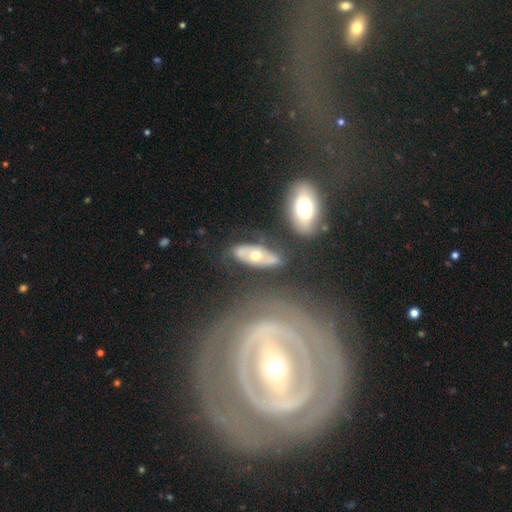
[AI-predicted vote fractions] This is possibly a featured or disk galaxy (54%). It is likely not viewed edge-on (79%). Merging: likely none (66%).